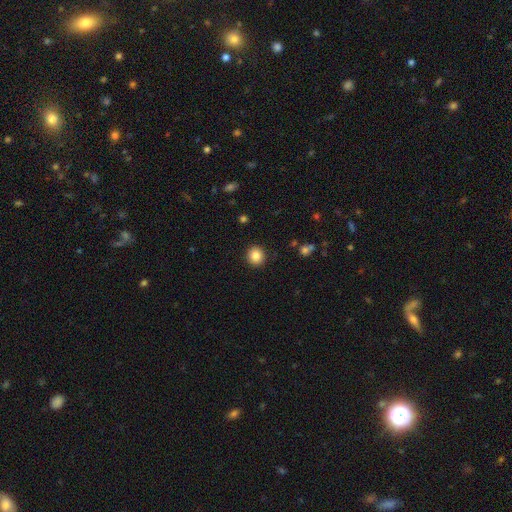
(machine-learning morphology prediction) This appears to be a smooth galaxy with no disk features (85%) that is round (92%). Merging: none (92%).